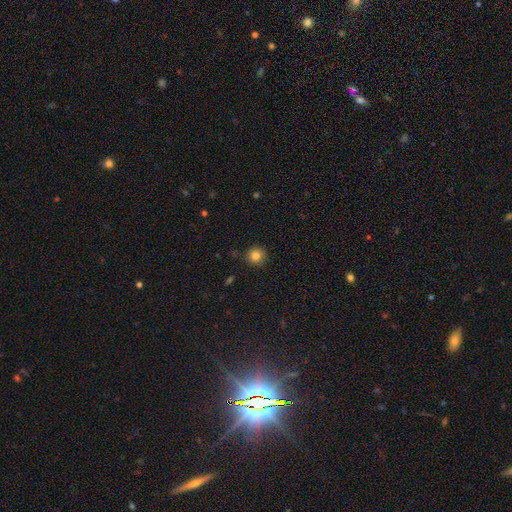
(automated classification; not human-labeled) Smooth or featured: smooth — 83% (star or artifact — 12%)
How rounded: round — 94% (in between — 5%)
Merging: none — 90% (minor disturbance — 7%)